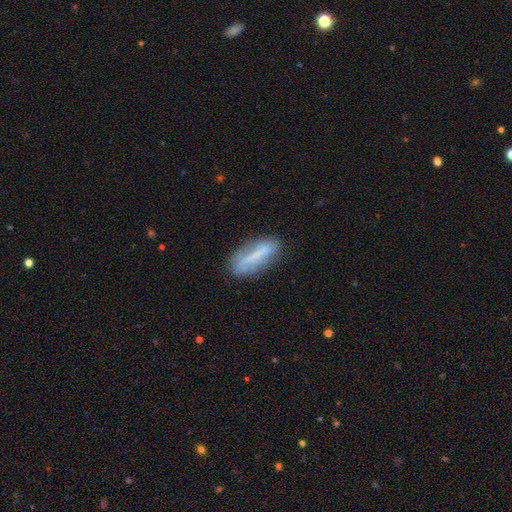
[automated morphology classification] Smooth or featured?
  - smooth: 54% *
  - featured or disk: 37%
  - star or artifact: 9%
How rounded?
  - cigar-shaped: 52% *
  - in between: 46%
  - round: 2%
Merging?
  - none: 72% *
  - minor disturbance: 19%
  - major disturbance: 6%
  - merger: 3%